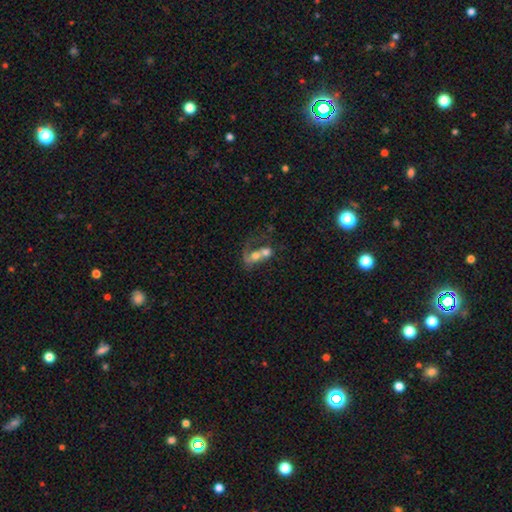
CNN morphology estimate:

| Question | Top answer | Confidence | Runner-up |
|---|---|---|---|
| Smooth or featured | featured or disk | 50% | smooth (40%) |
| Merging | merger | 70% | major disturbance (14%) |